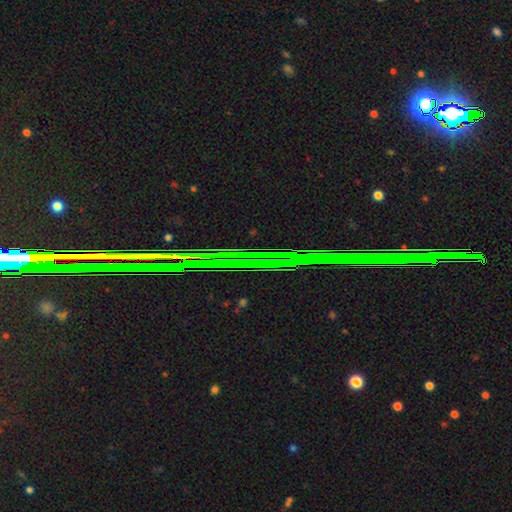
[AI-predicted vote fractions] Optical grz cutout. It shows a star or artifact, not a galaxy (81%).